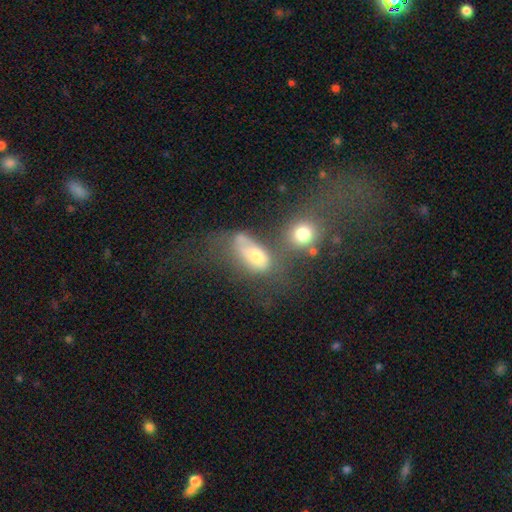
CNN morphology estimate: Smooth or featured: smooth — 60% (featured or disk — 26%)
How rounded: in between — 74% (round — 20%)
Merging: merger — 41% (major disturbance — 24%)